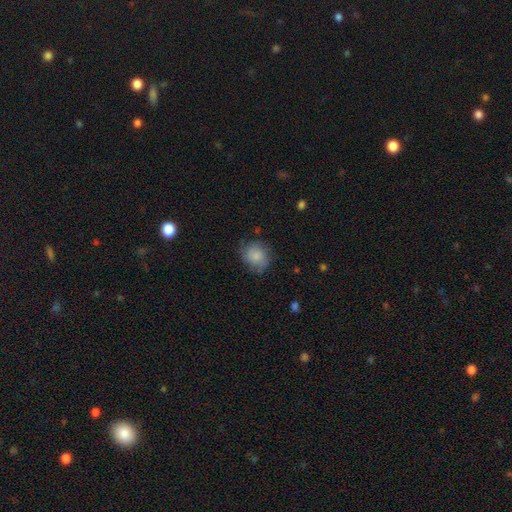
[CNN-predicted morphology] Overall: smooth (81%). How rounded: round (76%). Merging: none (71%).